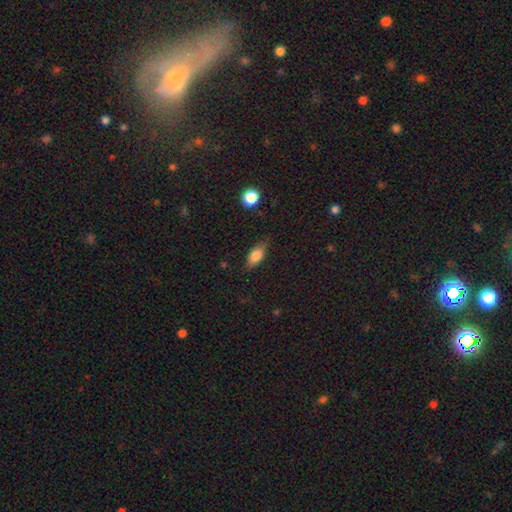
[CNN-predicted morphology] Smooth or featured? Predicted: smooth (p=0.79). How rounded? Predicted: in between (p=0.83). Merging? Predicted: none (p=0.75).